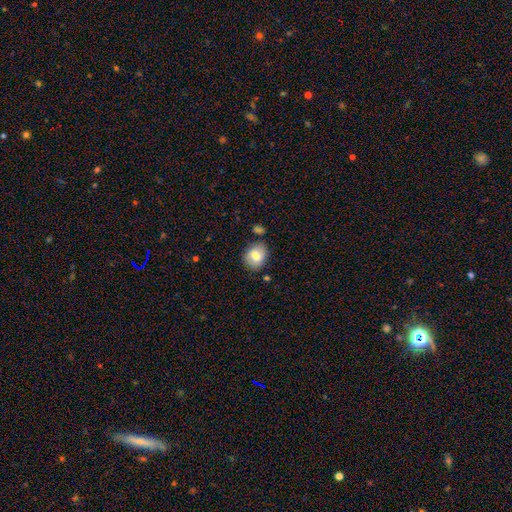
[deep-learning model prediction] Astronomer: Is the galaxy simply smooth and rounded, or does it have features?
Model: smooth — 78%.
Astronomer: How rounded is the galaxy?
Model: round — 50% (runner-up: in between, 49%).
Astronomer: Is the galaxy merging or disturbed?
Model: none — 74%.